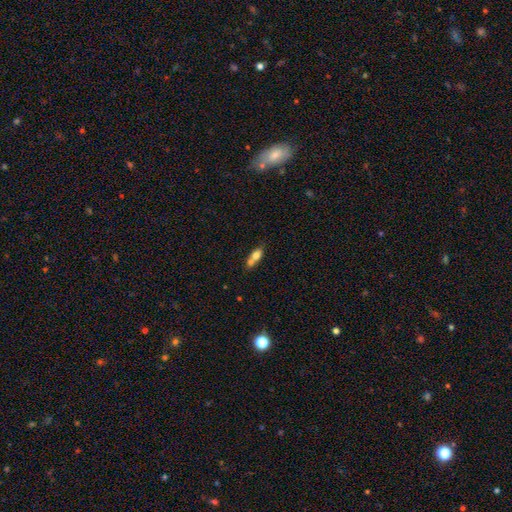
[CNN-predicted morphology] smooth-or-featured: smooth: 69% | featured or disk: 22% | star or artifact: 9%
  how-rounded: in between: 71% | round: 15% | cigar-shaped: 14%
  merging: merger: 57% | none: 28% | minor disturbance: 10% | major disturbance: 5%